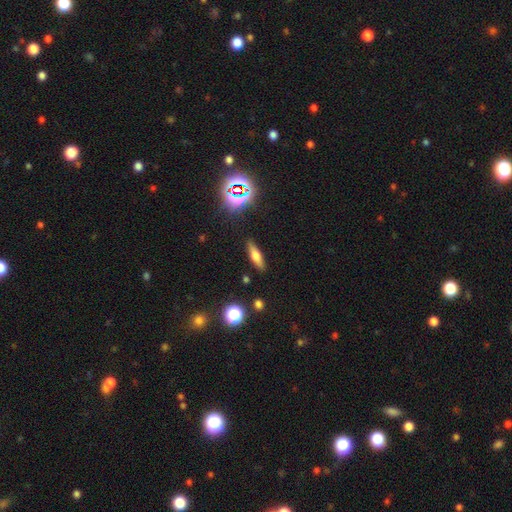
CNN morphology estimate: smooth-or-featured: smooth: 52% | featured or disk: 35% | star or artifact: 13%
  how-rounded: cigar-shaped: 60% | in between: 36% | round: 4%
  merging: none: 87% | minor disturbance: 9% | major disturbance: 2% | merger: 2%